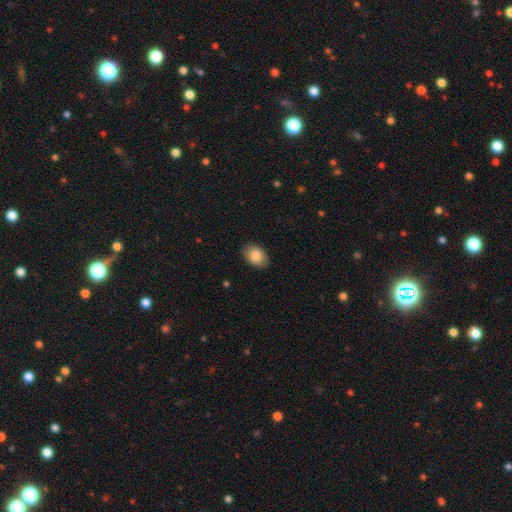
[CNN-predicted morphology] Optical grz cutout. It shows a smooth galaxy with no disk features (85%) that is in between round and cigar-shaped (82%). Merging: none (87%).